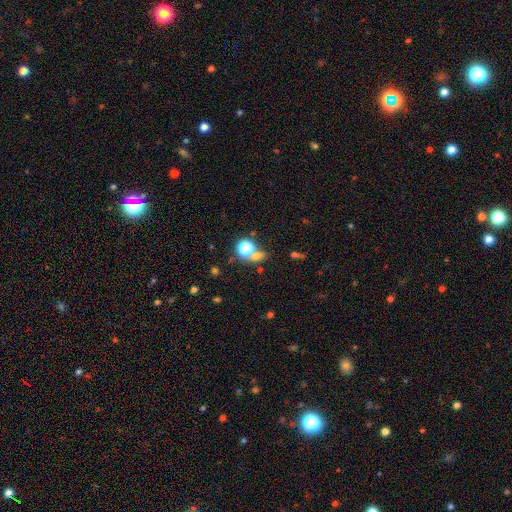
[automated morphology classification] Smooth or featured? Predicted: smooth (p=0.59). How rounded? Predicted: round (p=0.66). Merging? Predicted: none (p=0.48).